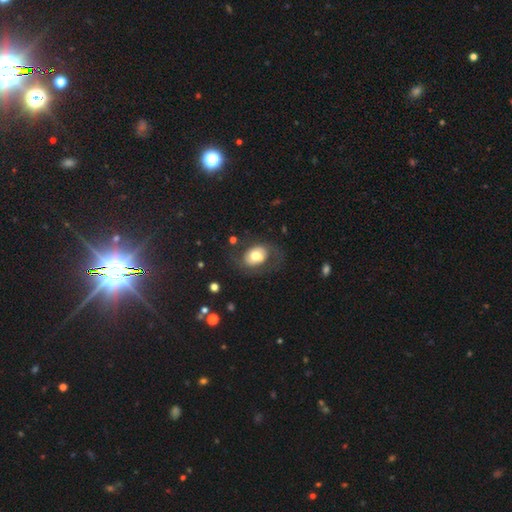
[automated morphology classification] Smooth or featured? smooth (50%)
How rounded? in between (65%)
Merging? none (56%)